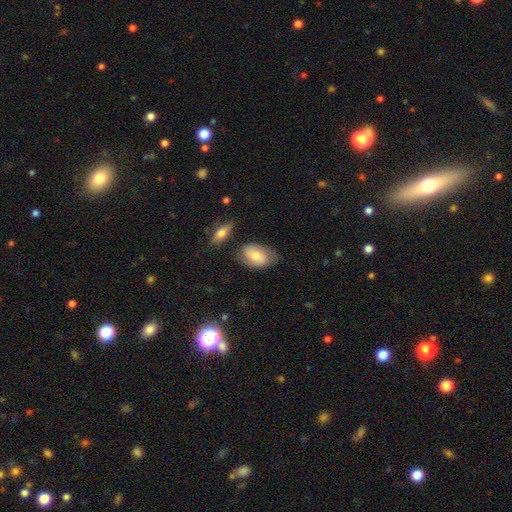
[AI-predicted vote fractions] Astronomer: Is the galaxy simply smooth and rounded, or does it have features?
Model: smooth — 52% (runner-up: featured or disk, 41%).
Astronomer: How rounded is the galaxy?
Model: in between — 87%.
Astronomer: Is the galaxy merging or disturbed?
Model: none — 73%.